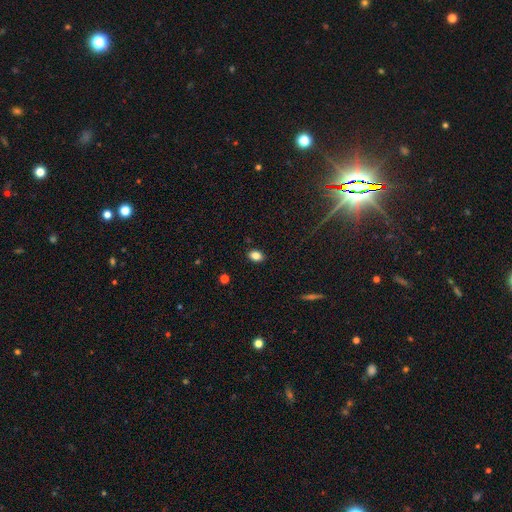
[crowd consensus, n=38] Smooth or featured? smooth (89%)
How rounded? in between (85%)
Merging? none (94%)